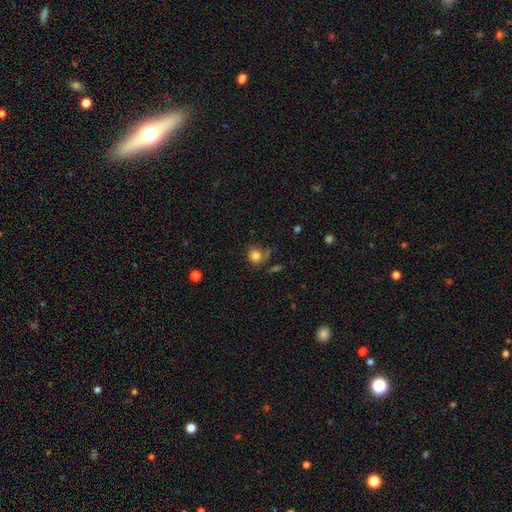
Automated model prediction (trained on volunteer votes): This is clearly a smooth galaxy (82%). How rounded: clearly round (81%). Merging: likely none (64%).